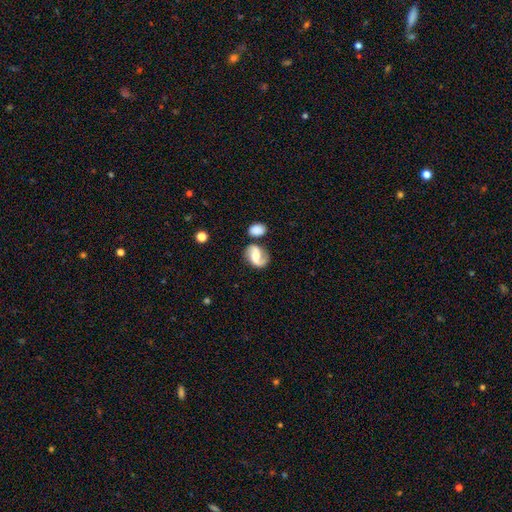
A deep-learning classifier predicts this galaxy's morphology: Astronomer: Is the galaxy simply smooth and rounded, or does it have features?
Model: featured or disk — 74%.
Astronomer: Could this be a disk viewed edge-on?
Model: no — 98%.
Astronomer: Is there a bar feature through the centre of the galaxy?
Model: weak — 44% (runner-up: no, 37%).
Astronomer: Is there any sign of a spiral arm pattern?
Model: yes — 94%.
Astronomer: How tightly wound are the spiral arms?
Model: loose — 47% (runner-up: medium, 40%).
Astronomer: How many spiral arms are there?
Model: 2 — 84%.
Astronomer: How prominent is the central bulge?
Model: moderate — 45% (runner-up: small, 25%).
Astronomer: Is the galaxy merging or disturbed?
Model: none — 59%.